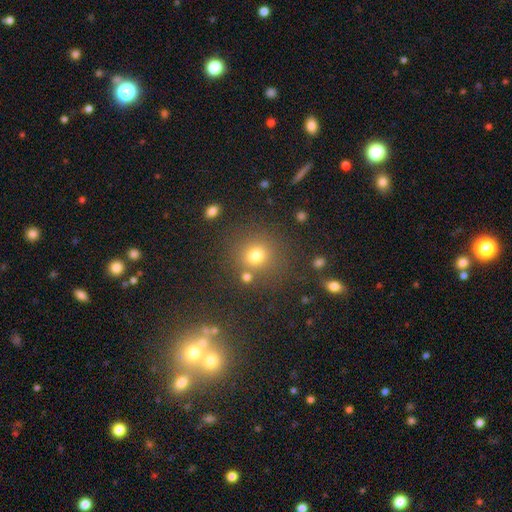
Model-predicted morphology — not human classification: Smooth or featured: smooth — 74% (star or artifact — 18%)
How rounded: round — 86% (in between — 13%)
Merging: none — 77% (minor disturbance — 10%)